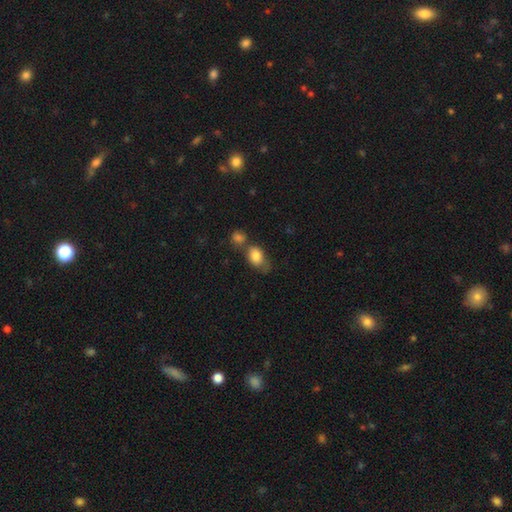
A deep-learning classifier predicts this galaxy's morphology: Smooth or featured? smooth (83%)
How rounded? in between (75%)
Merging? none (37%)